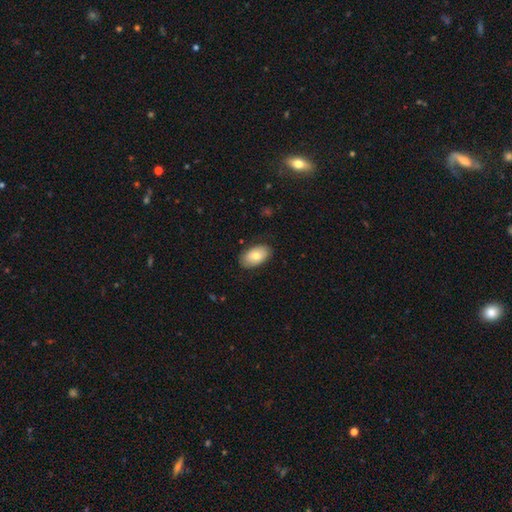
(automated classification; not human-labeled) smooth-or-featured: smooth: 76% | featured or disk: 18% | star or artifact: 6%
  how-rounded: in between: 94% | round: 5% | cigar-shaped: 1%
  merging: none: 84% | minor disturbance: 13% | major disturbance: 3% | merger: 1%